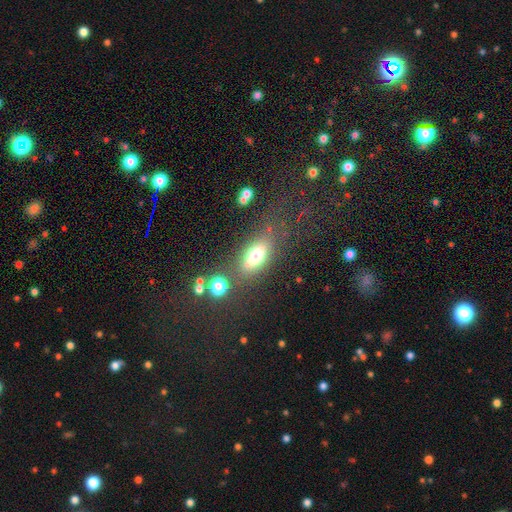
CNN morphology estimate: smooth 66%, featured or disk 21%, star or artifact 12%. Down the decision tree: how rounded — in between (76%); merging — none (64%).